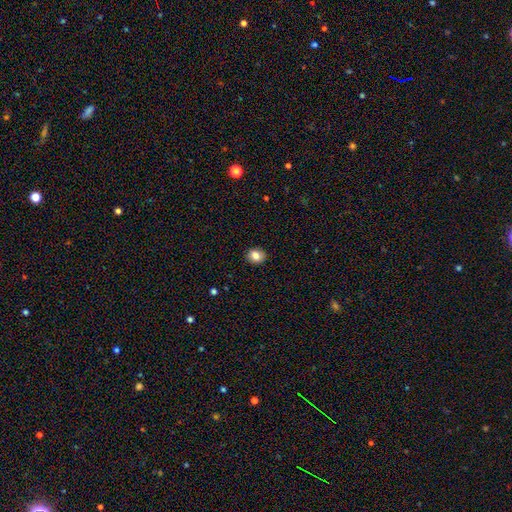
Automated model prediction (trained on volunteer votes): This appears to be a smooth galaxy with no disk features (84%) that is round (56%). Merging: none (90%).